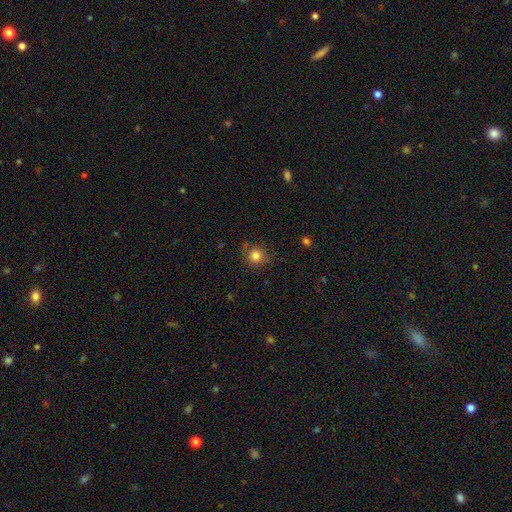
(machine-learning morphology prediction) This appears to be a smooth galaxy with no disk features (81%) that is round (88%). Merging: none (77%).